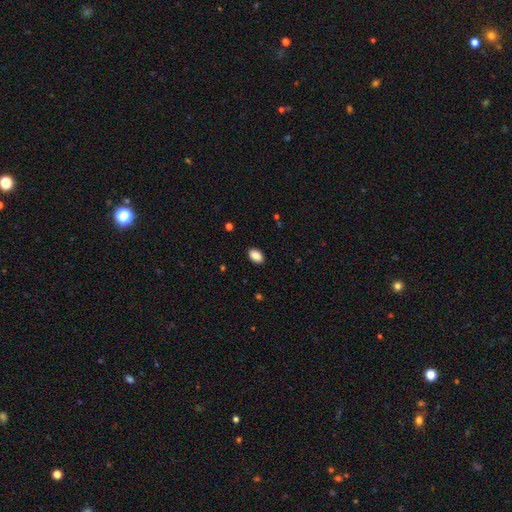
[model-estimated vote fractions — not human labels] Smooth or featured? smooth (89%)
How rounded? in between (90%)
Merging? none (90%)